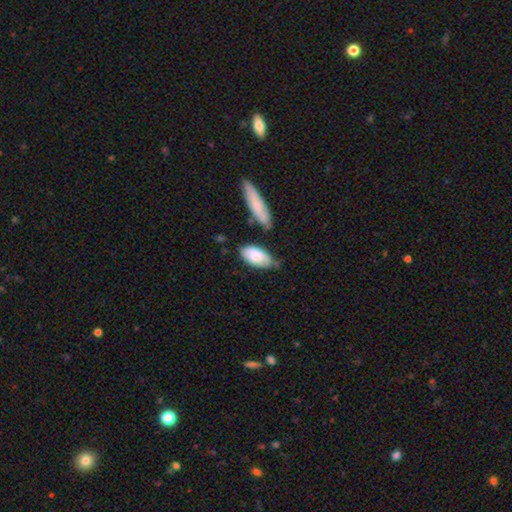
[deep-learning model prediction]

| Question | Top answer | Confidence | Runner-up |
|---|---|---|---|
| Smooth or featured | smooth | 77% | featured or disk (17%) |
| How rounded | in between | 92% | cigar-shaped (5%) |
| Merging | none | 58% | minor disturbance (27%) |